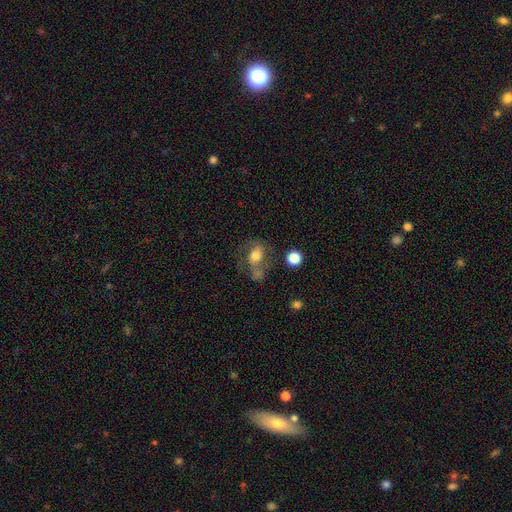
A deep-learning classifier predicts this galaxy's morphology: Smooth or featured: smooth — 53% (featured or disk — 35%)
How rounded: in between — 66% (round — 32%)
Merging: none — 40% (major disturbance — 23%)